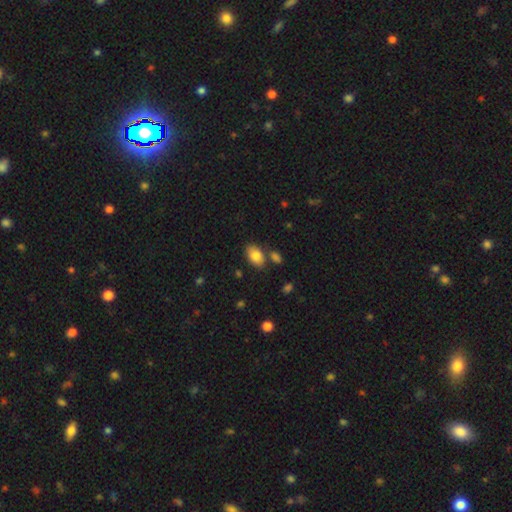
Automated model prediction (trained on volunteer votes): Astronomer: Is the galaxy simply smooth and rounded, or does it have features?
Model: smooth — 83%.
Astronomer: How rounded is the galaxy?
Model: in between — 91%.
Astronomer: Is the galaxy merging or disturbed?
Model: none — 73%.